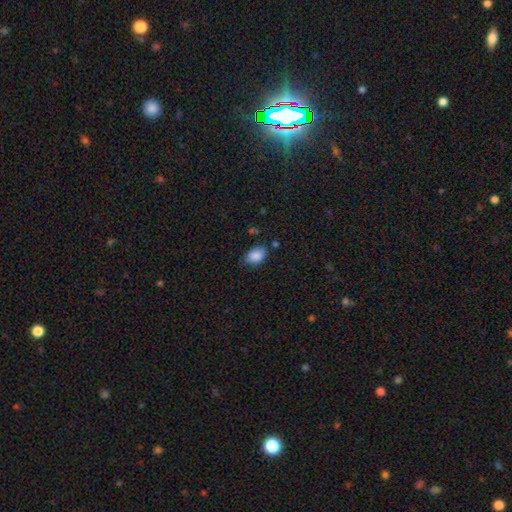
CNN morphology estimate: Smooth or featured?
  - smooth: 87% *
  - star or artifact: 8%
  - featured or disk: 5%
How rounded?
  - in between: 83% *
  - round: 15%
  - cigar-shaped: 1%
Merging?
  - none: 66% *
  - minor disturbance: 26%
  - major disturbance: 5%
  - merger: 3%